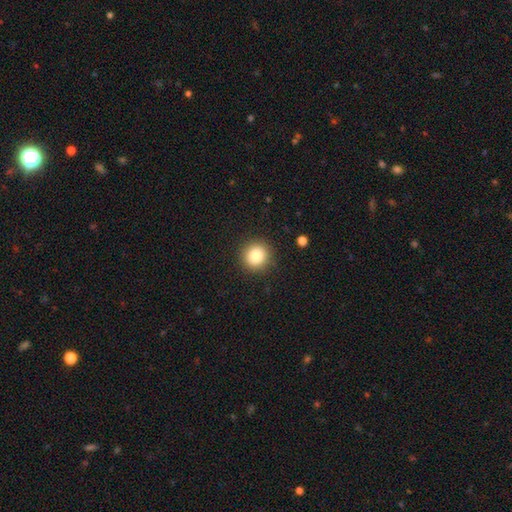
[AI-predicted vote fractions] Morphology: type=smooth (84%); roundness=round (91%); merging=none (90%).